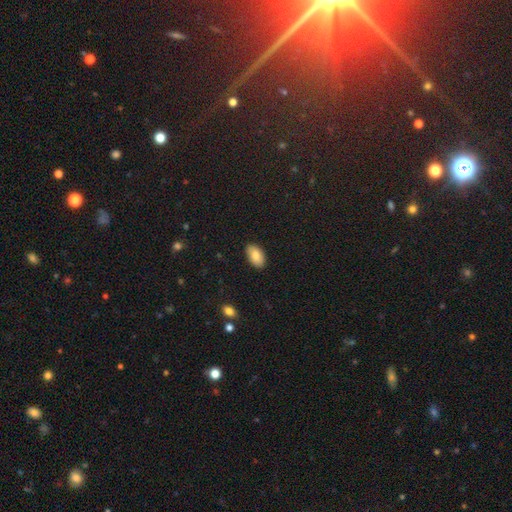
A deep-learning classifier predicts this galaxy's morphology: smooth-or-featured: smooth: 86% | featured or disk: 8% | star or artifact: 7%
  how-rounded: in between: 94% | round: 4% | cigar-shaped: 2%
  merging: none: 87% | minor disturbance: 10% | major disturbance: 2% | merger: 1%